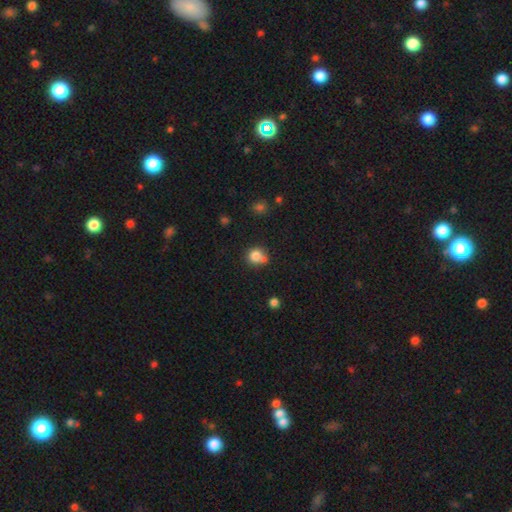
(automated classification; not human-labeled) Morphology: type=smooth (80%); roundness=round (84%); merging=none (50%).